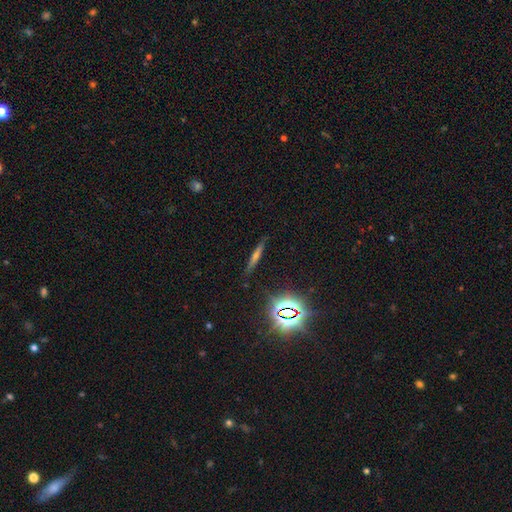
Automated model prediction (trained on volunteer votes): smooth_or_featured: featured or disk (p=0.40) [alt: smooth p=0.35]
merging: none (p=0.86) [alt: minor disturbance p=0.10]